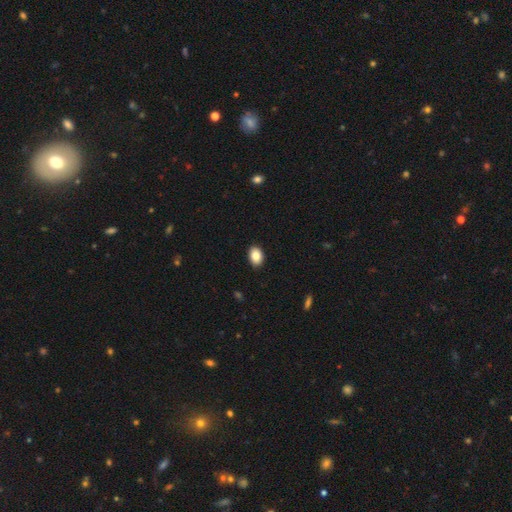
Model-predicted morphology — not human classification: smooth_or_featured: smooth (p=0.86) [alt: star or artifact p=0.08]
how_rounded: in between (p=0.83) [alt: round p=0.16]
merging: none (p=0.90) [alt: minor disturbance p=0.07]